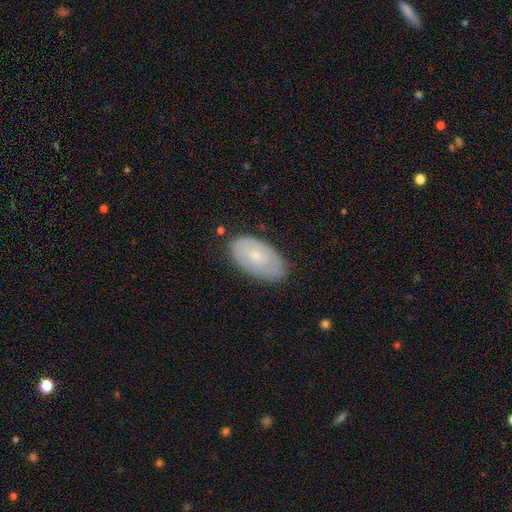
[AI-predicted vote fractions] smooth_or_featured: smooth (p=0.55) [alt: featured or disk p=0.39]
how_rounded: in between (p=0.94) [alt: round p=0.04]
merging: none (p=0.78) [alt: minor disturbance p=0.17]